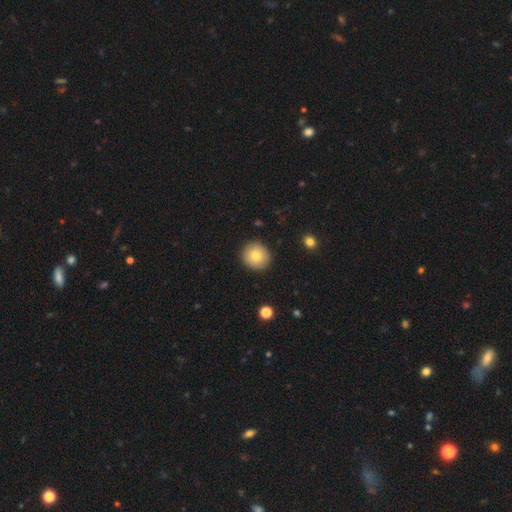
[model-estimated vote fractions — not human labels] Smooth or featured? smooth (78%)
How rounded? round (92%)
Merging? none (90%)